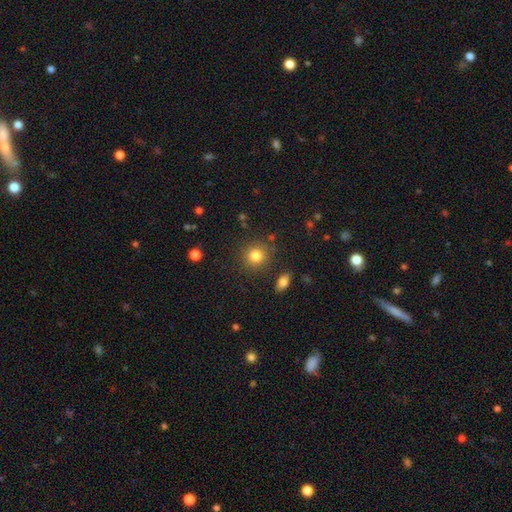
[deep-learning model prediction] Overall: smooth (82%). How rounded: round (88%). Merging: none (84%).